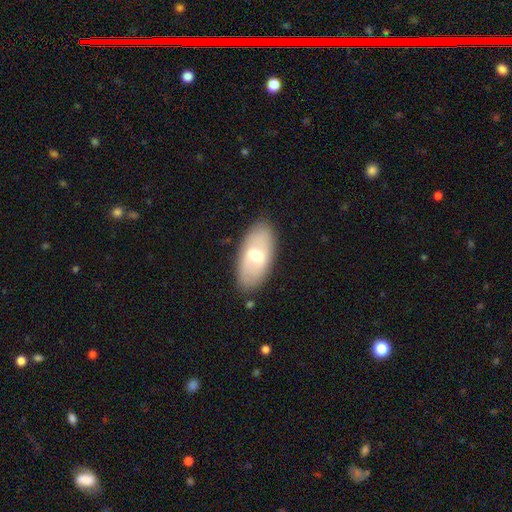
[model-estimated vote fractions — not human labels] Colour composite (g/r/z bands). It shows a smooth galaxy with no disk features (54%) that is in between round and cigar-shaped (91%). Merging: none (84%).